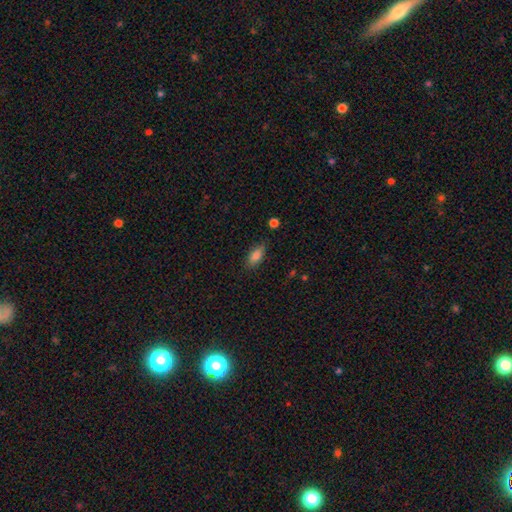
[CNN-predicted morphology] This is clearly a smooth galaxy (85%). How rounded: clearly in between (85%). Merging: clearly none (82%).